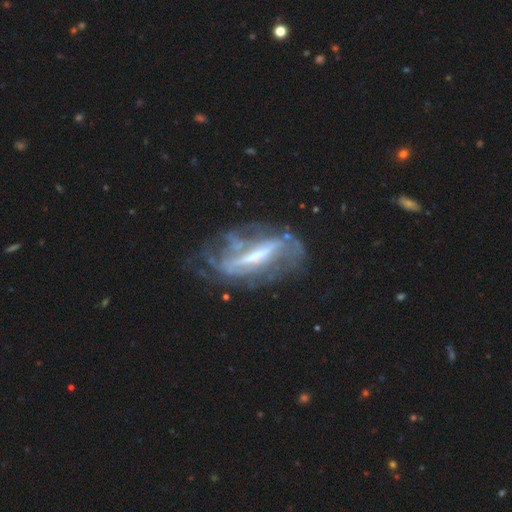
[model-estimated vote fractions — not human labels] Overall: featured or disk (78%). Edge-on disk: no (78%). Bar: strong (68%). Spiral arms: yes (63%; no 37%). Bulge size: moderate (35%; small 30%). Merging: none (47%; major disturbance 26%).